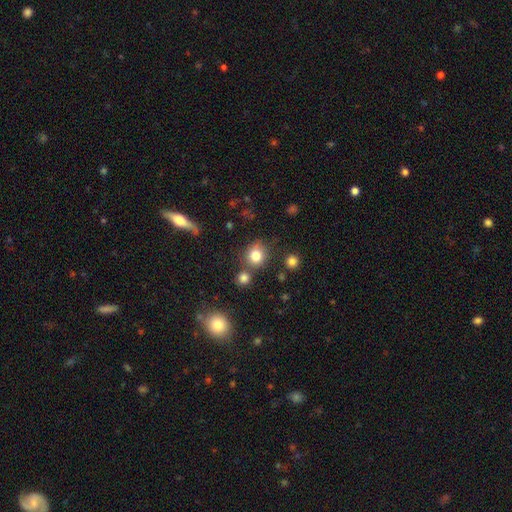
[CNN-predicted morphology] A smooth galaxy with no disk features (81%) that is round (80%).

Vote fractions:
- Smooth or featured? smooth: 81% / star or artifact: 12% / featured or disk: 7%
- How rounded? round: 80% / in between: 19% / cigar-shaped: 1%
- Merging? none: 72% / merger: 12% / minor disturbance: 12% / major disturbance: 4%